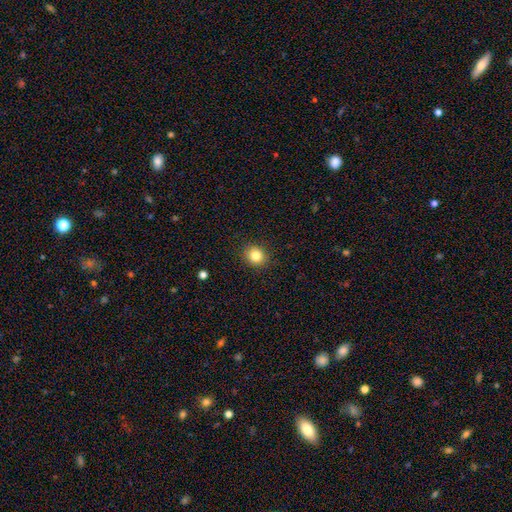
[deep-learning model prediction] This appears to be a smooth galaxy with no disk features (83%) that is round (78%). Merging: none (90%).